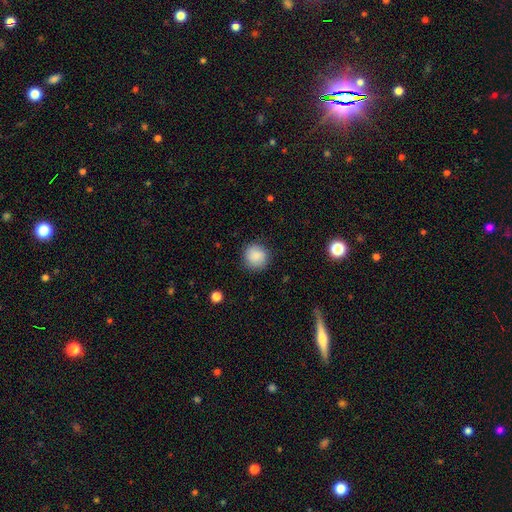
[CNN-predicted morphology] This appears to be a smooth galaxy with no disk features (86%) that is round (90%). Merging: none (86%).